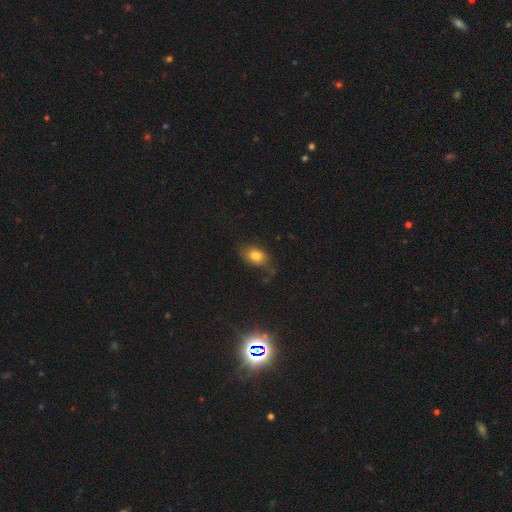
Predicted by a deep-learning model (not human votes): Q: Smooth or featured?
A: smooth (77%); runner-up: featured or disk (12%)
Q: How rounded?
A: in between (80%); runner-up: round (18%)
Q: Merging?
A: none (58%); runner-up: minor disturbance (26%)